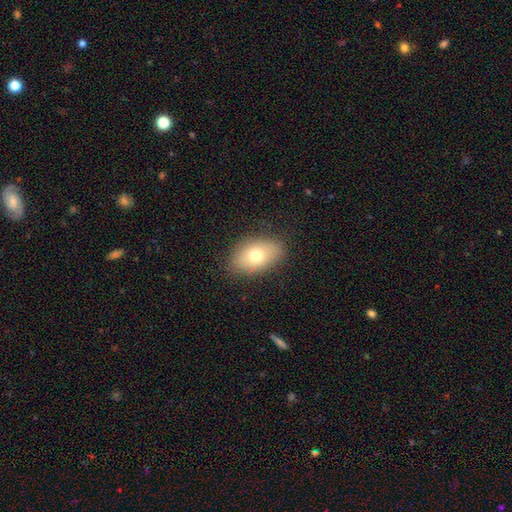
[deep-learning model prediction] This is likely a smooth galaxy (71%). How rounded: clearly in between (86%). Merging: clearly none (84%).